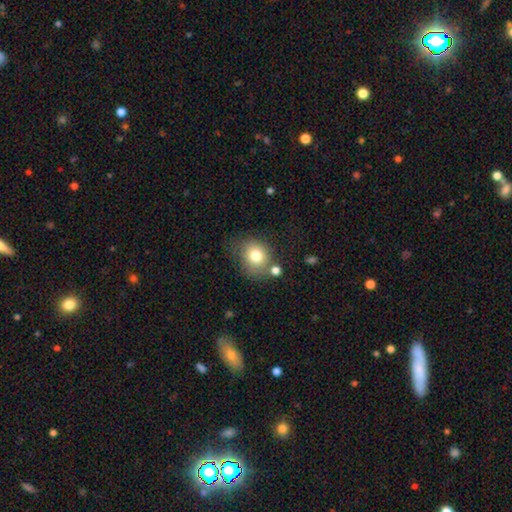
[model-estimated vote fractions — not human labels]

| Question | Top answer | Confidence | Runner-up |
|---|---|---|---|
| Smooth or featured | smooth | 78% | featured or disk (12%) |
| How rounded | round | 69% | in between (30%) |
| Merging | none | 62% | minor disturbance (19%) |